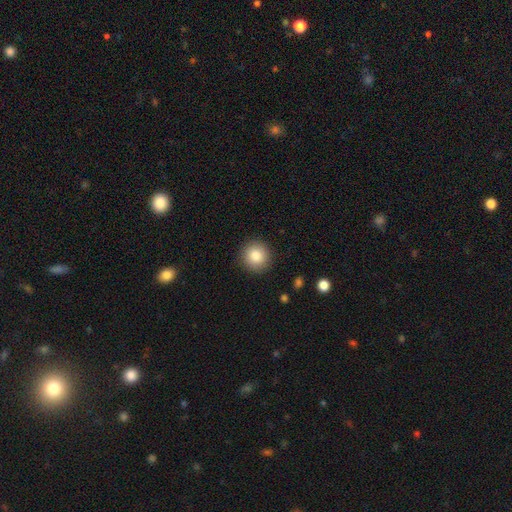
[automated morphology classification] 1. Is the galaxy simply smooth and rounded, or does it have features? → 83% smooth, 9% star or artifact, 8% featured or disk.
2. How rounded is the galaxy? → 94% round, 5% in between, 1% cigar-shaped.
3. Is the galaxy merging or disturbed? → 91% none, 6% minor disturbance, 2% major disturbance, 1% merger.